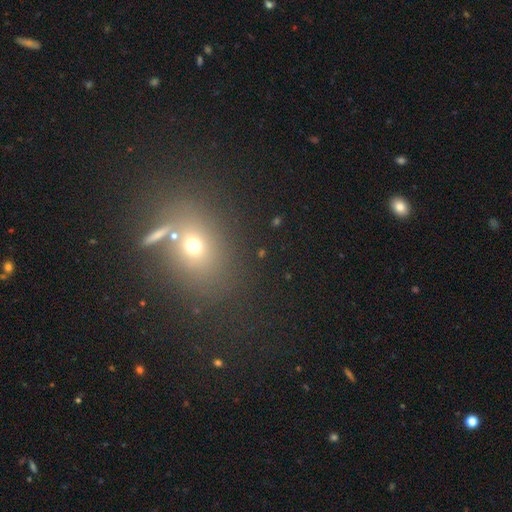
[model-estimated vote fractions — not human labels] A smooth galaxy with no disk features (48%).

Vote fractions:
- Smooth or featured? smooth: 48% / star or artifact: 36% / featured or disk: 16%
- Merging? none: 65% / merger: 18% / minor disturbance: 12% / major disturbance: 6%